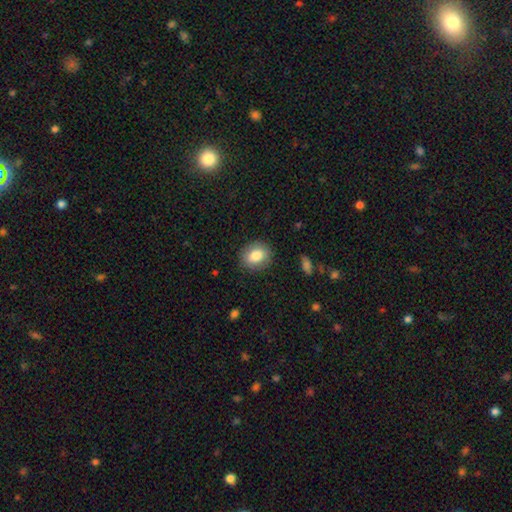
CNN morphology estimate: Q: Smooth or featured?
A: smooth (83%); runner-up: featured or disk (9%)
Q: How rounded?
A: round (57%); runner-up: in between (42%)
Q: Merging?
A: none (87%); runner-up: minor disturbance (9%)